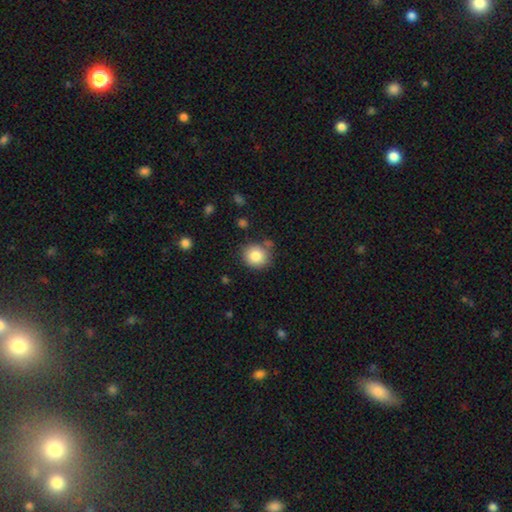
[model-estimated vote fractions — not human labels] A smooth galaxy with no disk features (84%) that is round (85%).

Vote fractions:
- Smooth or featured? smooth: 84% / star or artifact: 9% / featured or disk: 7%
- How rounded? round: 85% / in between: 15% / cigar-shaped: 1%
- Merging? none: 77% / minor disturbance: 13% / merger: 6% / major disturbance: 4%